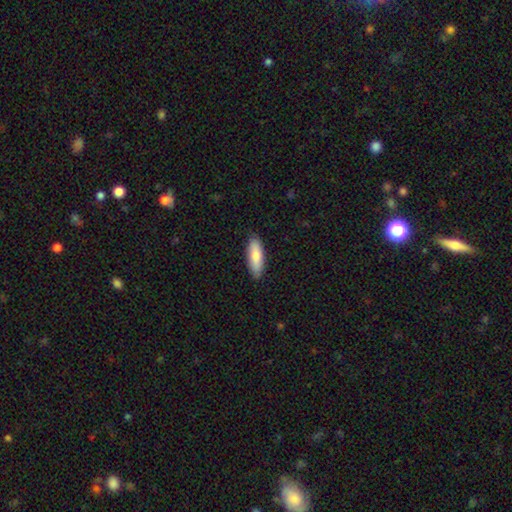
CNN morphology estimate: Q: Smooth or featured?
A: smooth (80%); runner-up: featured or disk (14%)
Q: How rounded?
A: in between (58%); runner-up: cigar-shaped (40%)
Q: Merging?
A: none (87%); runner-up: minor disturbance (10%)